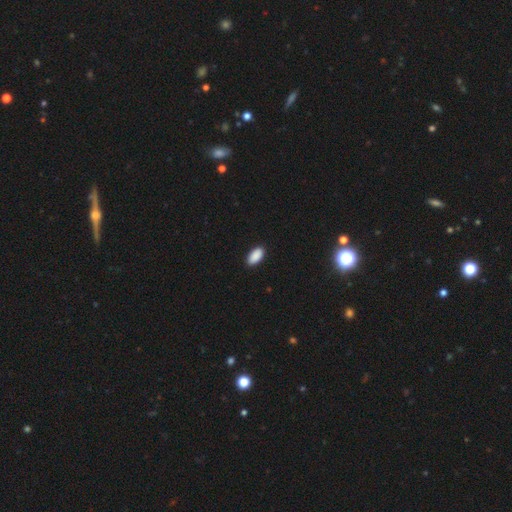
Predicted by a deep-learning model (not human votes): Morphology: type=smooth (90%); roundness=in between (94%); merging=none (89%).